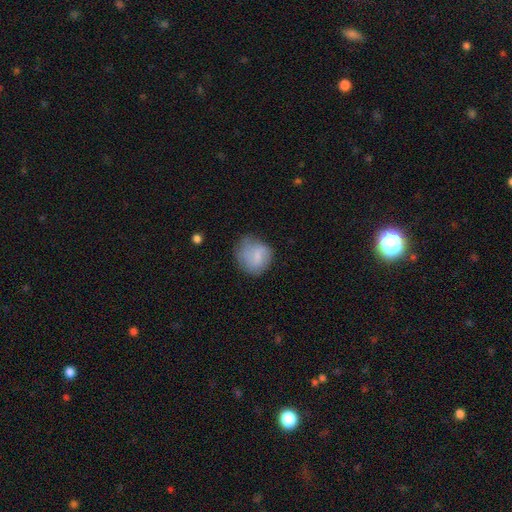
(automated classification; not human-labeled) The model was most divided on "merging": none: 50%, minor disturbance: 33%, major disturbance: 15%, merger: 3%. More confident: how rounded — round (74%); smooth or featured — smooth (69%).